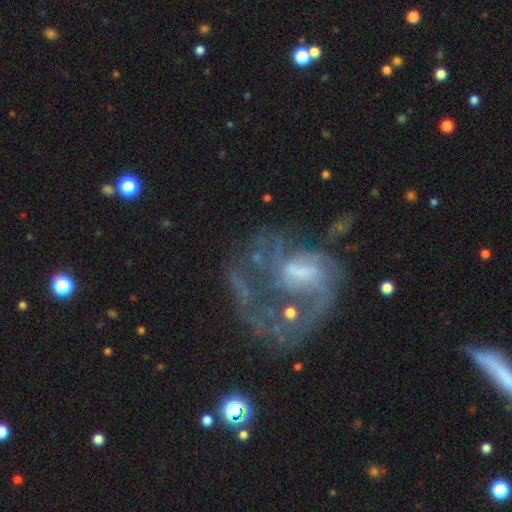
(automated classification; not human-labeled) Smooth or featured?
  - featured or disk: 74% *
  - star or artifact: 13%
  - smooth: 13%
Edge-on disk?
  - no: 98% *
  - yes: 2%
Bar?
  - no: 51% *
  - weak: 39%
  - strong: 10%
Spiral arms?
  - yes: 67% *
  - no: 33%
Bulge size?
  - moderate: 33% *
  - small: 32%
  - none: 27%
  - large: 6%
  - dominant: 2%
Merging?
  - major disturbance: 44% *
  - none: 32%
  - minor disturbance: 14%
  - merger: 10%